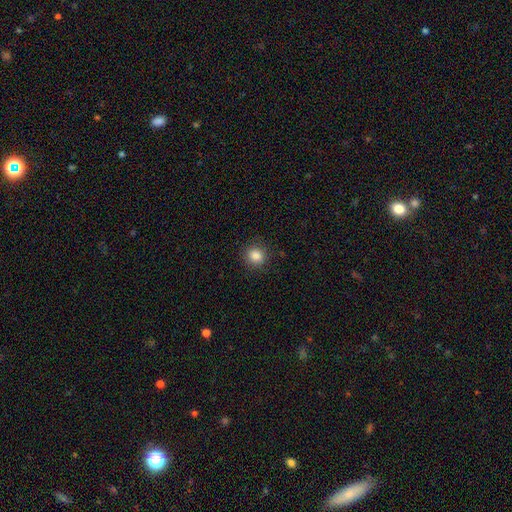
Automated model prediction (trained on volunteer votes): Smooth or featured?
  - smooth: 85% *
  - star or artifact: 11%
  - featured or disk: 4%
How rounded?
  - round: 83% *
  - in between: 16%
  - cigar-shaped: 1%
Merging?
  - none: 89% *
  - minor disturbance: 8%
  - major disturbance: 3%
  - merger: 1%